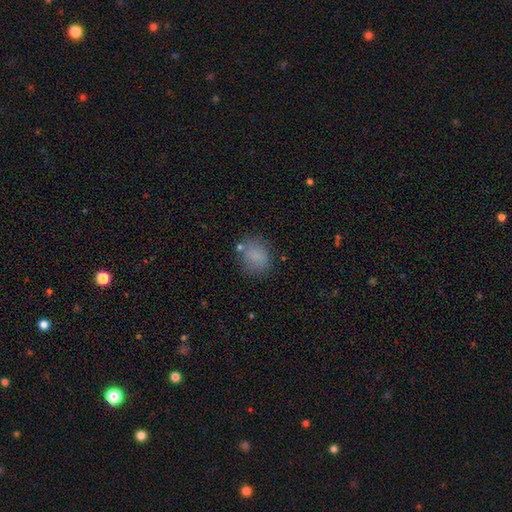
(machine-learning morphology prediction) Smooth or featured: smooth — 80% (star or artifact — 11%)
How rounded: round — 58% (in between — 40%)
Merging: none — 73% (minor disturbance — 16%)